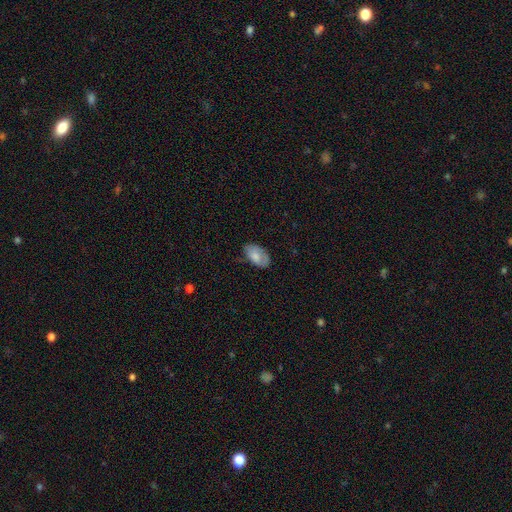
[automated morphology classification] This appears to be a smooth galaxy with no disk features (77%) that is in between round and cigar-shaped (94%). Merging: none (67%).